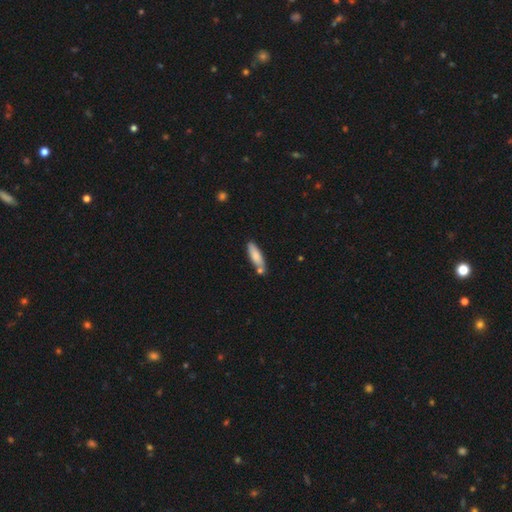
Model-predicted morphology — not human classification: This appears to be a smooth galaxy with no disk features (81%) that is cigar-shaped (62%). Merging: none (69%).